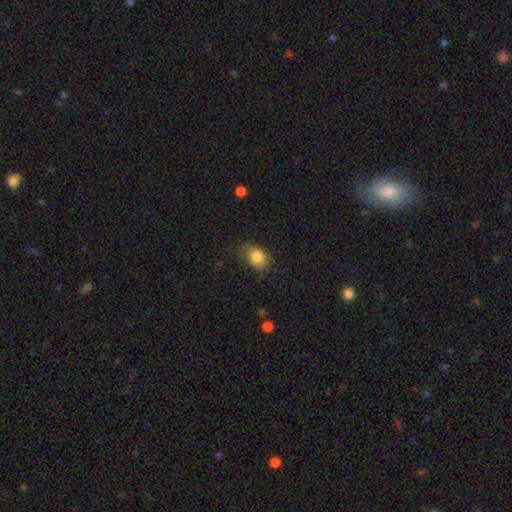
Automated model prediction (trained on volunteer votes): smooth_or_featured: smooth (p=0.83) [alt: star or artifact p=0.09]
how_rounded: in between (p=0.71) [alt: round p=0.27]
merging: none (p=0.71) [alt: minor disturbance p=0.23]